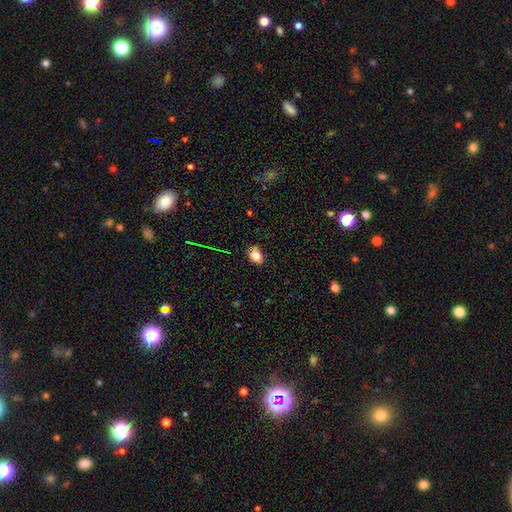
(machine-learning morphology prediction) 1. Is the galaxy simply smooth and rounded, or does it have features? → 81% smooth, 12% star or artifact, 7% featured or disk.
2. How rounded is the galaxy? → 78% in between, 20% round, 2% cigar-shaped.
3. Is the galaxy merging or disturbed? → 79% none, 16% minor disturbance, 3% major disturbance, 2% merger.